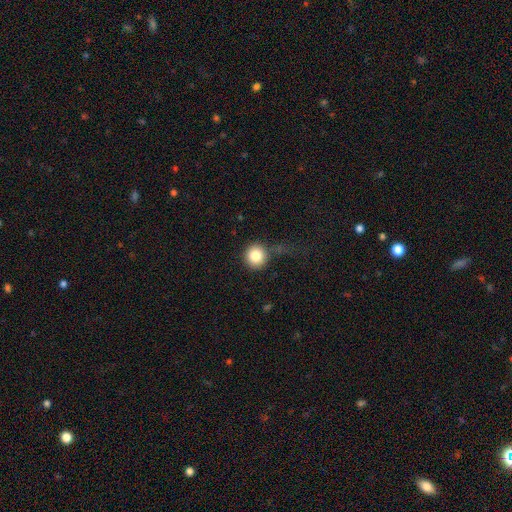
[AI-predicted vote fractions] The model was most divided on "merging": none: 70%, minor disturbance: 15%, major disturbance: 10%, merger: 4%. More confident: how rounded — round (93%); smooth or featured — smooth (83%).